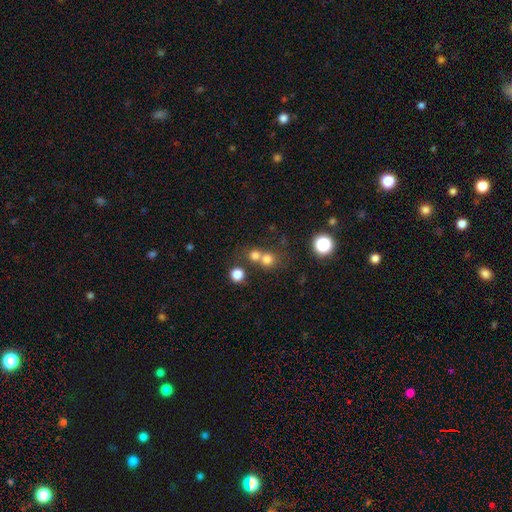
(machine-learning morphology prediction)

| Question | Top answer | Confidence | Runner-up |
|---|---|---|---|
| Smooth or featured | smooth | 72% | star or artifact (18%) |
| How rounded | round | 86% | in between (13%) |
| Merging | none | 46% | merger (45%) |